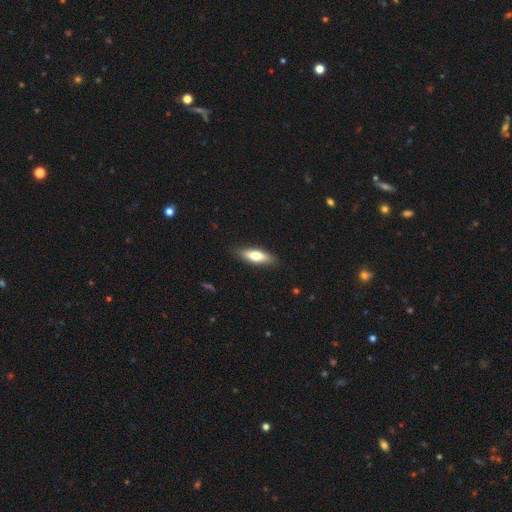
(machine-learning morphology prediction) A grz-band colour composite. It shows a smooth galaxy with no disk features (68%) that is in between round and cigar-shaped (49%, tied with cigar-shaped). Merging: none (86%).